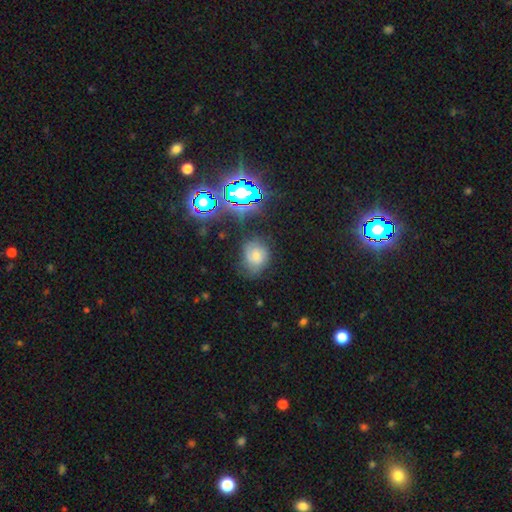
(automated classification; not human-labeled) smooth-or-featured: smooth: 48% | star or artifact: 31% | featured or disk: 21%
  merging: none: 66% | minor disturbance: 23% | major disturbance: 8% | merger: 3%